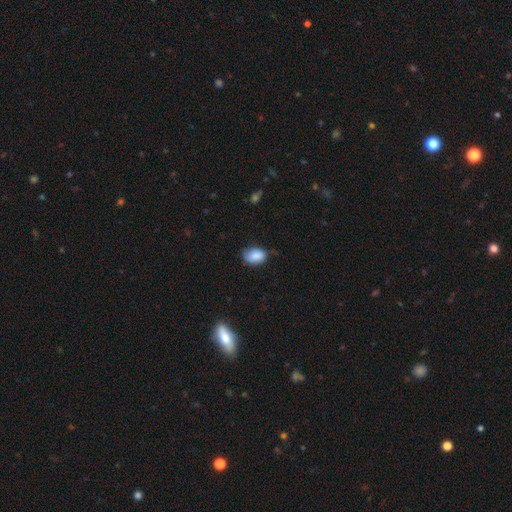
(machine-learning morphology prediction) smooth-or-featured: smooth: 86% | star or artifact: 8% | featured or disk: 7%
  how-rounded: in between: 82% | round: 17% | cigar-shaped: 1%
  merging: none: 62% | minor disturbance: 31% | major disturbance: 5% | merger: 2%